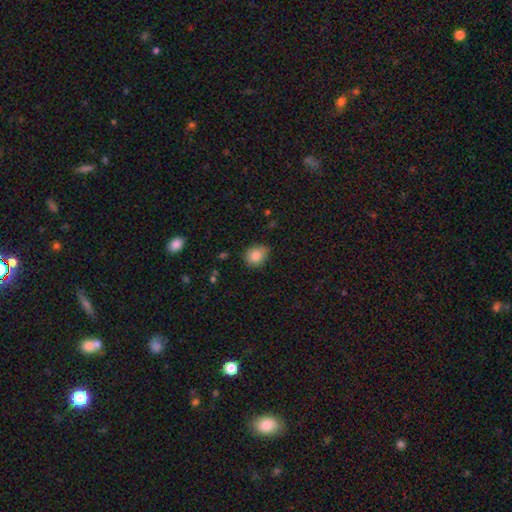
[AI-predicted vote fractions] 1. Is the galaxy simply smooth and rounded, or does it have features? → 84% smooth, 9% star or artifact, 7% featured or disk.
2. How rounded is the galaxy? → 62% round, 37% in between, 1% cigar-shaped.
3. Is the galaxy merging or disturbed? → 73% none, 22% minor disturbance, 3% major disturbance, 1% merger.